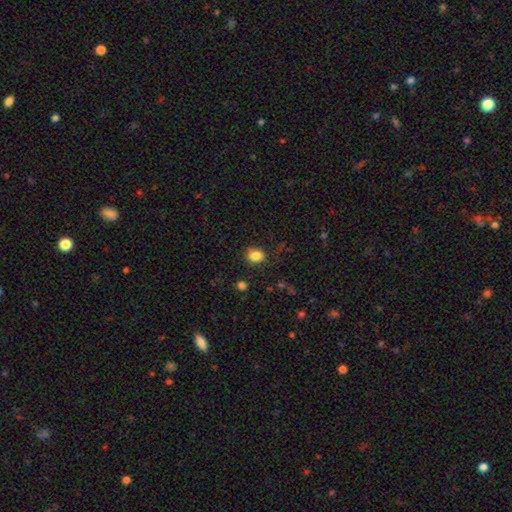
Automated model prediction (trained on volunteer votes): Overall: smooth (84%). How rounded: round (63%; in between 36%). Merging: none (82%).